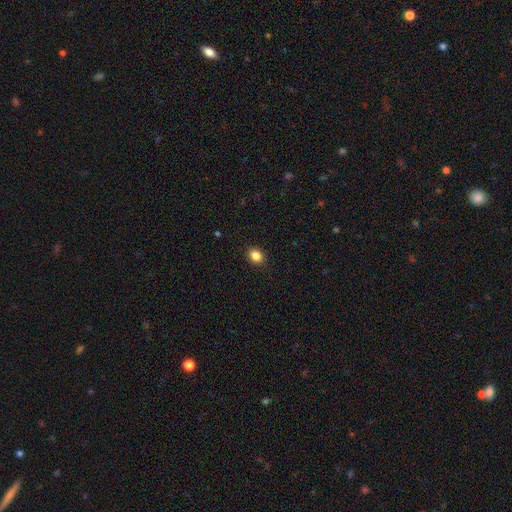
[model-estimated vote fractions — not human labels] Morphology: type=smooth (85%); roundness=round (55%); merging=none (90%).